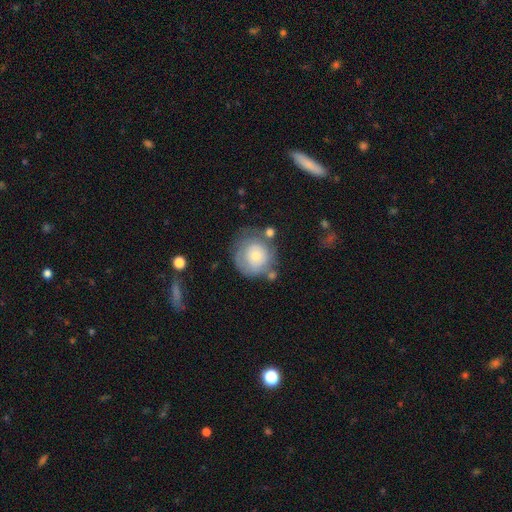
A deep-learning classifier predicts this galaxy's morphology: Smooth or featured? smooth (57%)
How rounded? round (89%)
Merging? none (57%)